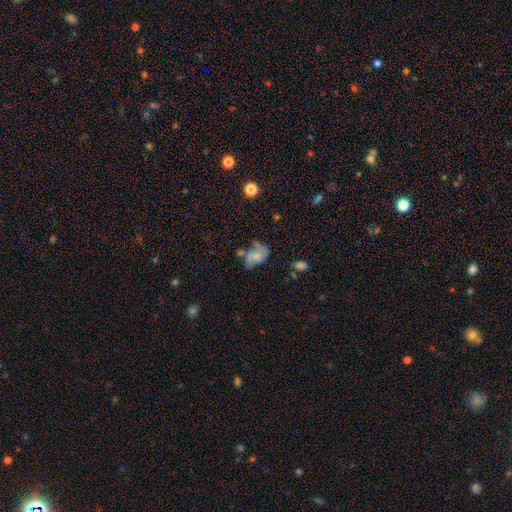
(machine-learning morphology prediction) Smooth or featured? Predicted: smooth (p=0.48). Merging? Predicted: none (p=0.35).